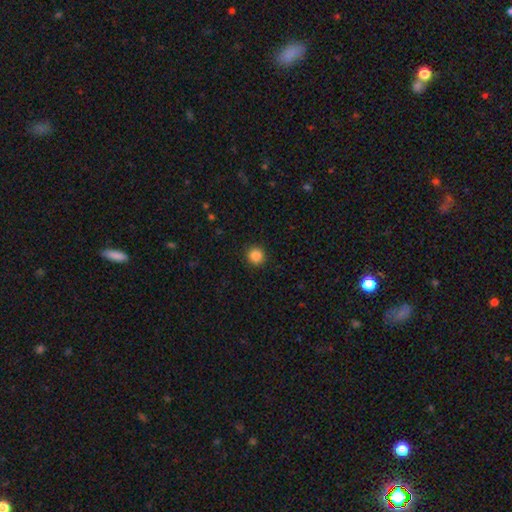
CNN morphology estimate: A smooth galaxy with no disk features (86%) that is round (94%).

Vote fractions:
- Smooth or featured? smooth: 86% / star or artifact: 10% / featured or disk: 4%
- How rounded? round: 94% / in between: 5% / cigar-shaped: 1%
- Merging? none: 92% / minor disturbance: 5% / major disturbance: 2% / merger: 1%